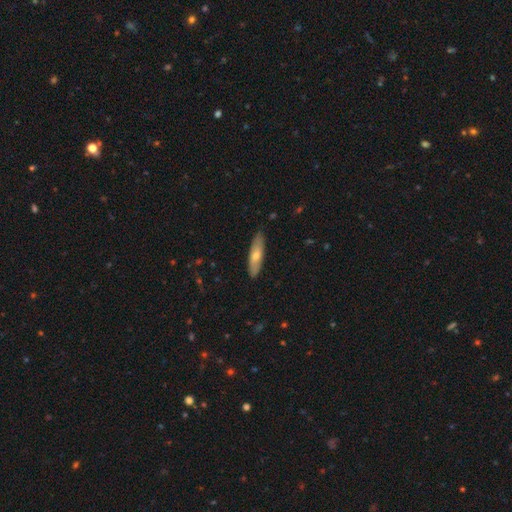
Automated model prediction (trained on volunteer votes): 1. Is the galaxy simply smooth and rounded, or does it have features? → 56% smooth, 38% featured or disk, 6% star or artifact.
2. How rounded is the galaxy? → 73% cigar-shaped, 25% in between, 2% round.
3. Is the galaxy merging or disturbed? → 87% none, 10% minor disturbance, 2% major disturbance, 1% merger.